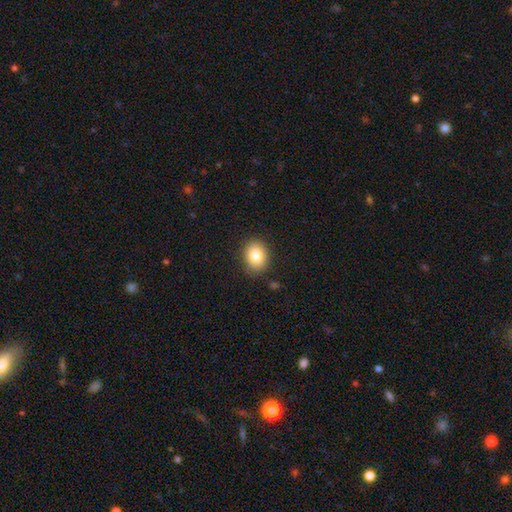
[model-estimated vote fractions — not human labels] Q: Smooth or featured?
A: smooth (82%); runner-up: featured or disk (9%)
Q: How rounded?
A: in between (54%); runner-up: round (45%)
Q: Merging?
A: none (86%); runner-up: minor disturbance (10%)